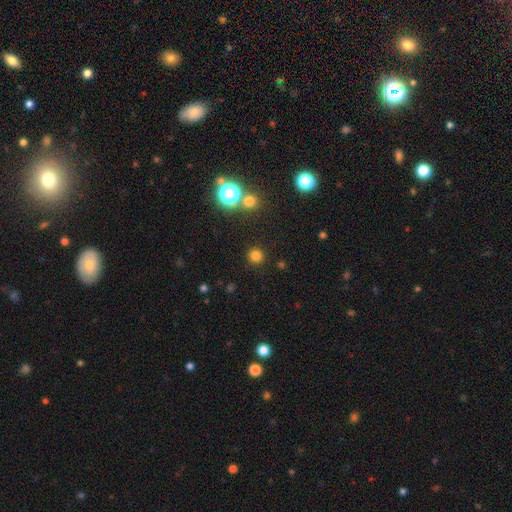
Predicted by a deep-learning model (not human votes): This is likely a smooth galaxy (77%). How rounded: clearly round (94%). Merging: clearly none (90%).